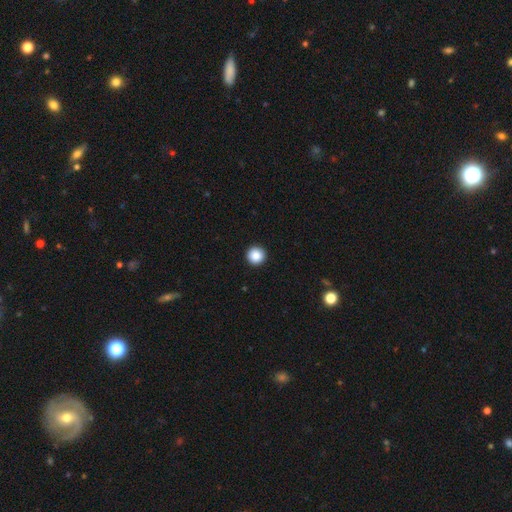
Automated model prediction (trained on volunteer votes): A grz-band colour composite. It shows a smooth galaxy with no disk features (88%) that is round (96%). Merging: none (94%).